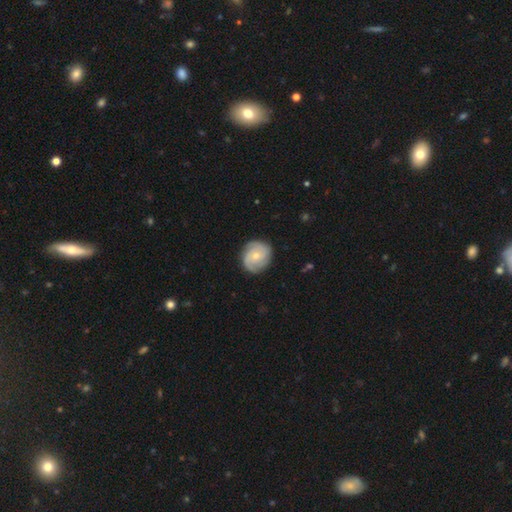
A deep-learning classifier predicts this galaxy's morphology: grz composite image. It shows a featured or disk galaxy (76%) with no bar (72%), 3 (39%) tight (57%) spiral arms (95%) and a small central bulge (51%). Merging: none (83%).